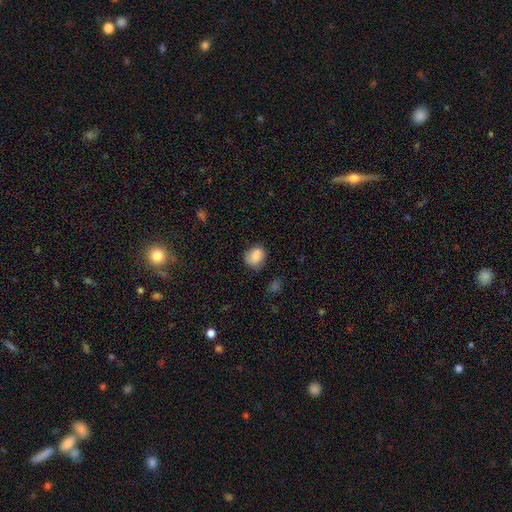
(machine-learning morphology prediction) smooth-or-featured: smooth: 85% | star or artifact: 9% | featured or disk: 6%
  how-rounded: round: 52% | in between: 47% | cigar-shaped: 1%
  merging: none: 68% | minor disturbance: 24% | major disturbance: 6% | merger: 2%